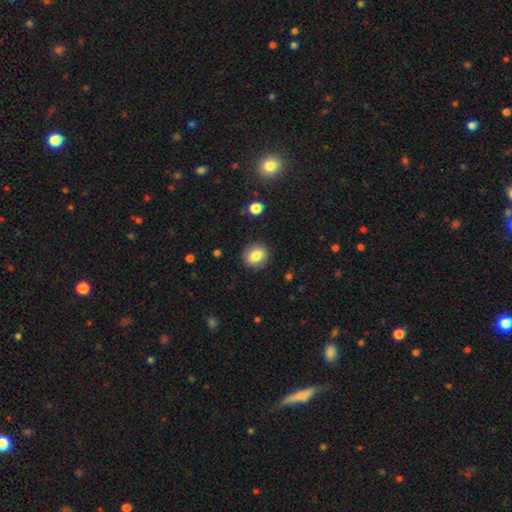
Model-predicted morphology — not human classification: Q: Smooth or featured?
A: smooth (83%); runner-up: star or artifact (9%)
Q: How rounded?
A: round (70%); runner-up: in between (29%)
Q: Merging?
A: none (88%); runner-up: minor disturbance (9%)